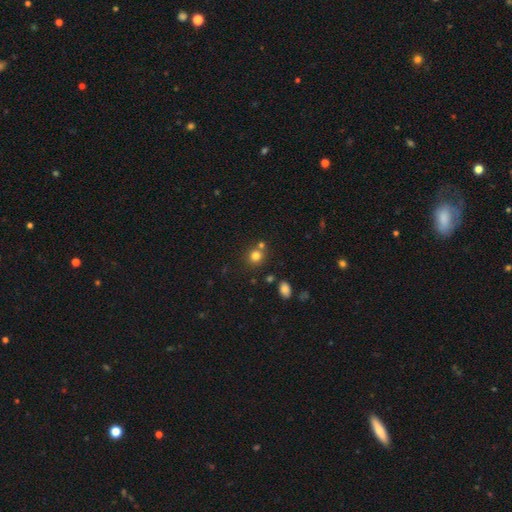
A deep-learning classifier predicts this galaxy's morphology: Smooth or featured?
  - smooth: 79% *
  - star or artifact: 14%
  - featured or disk: 7%
How rounded?
  - round: 85% *
  - in between: 14%
  - cigar-shaped: 1%
Merging?
  - none: 67% *
  - merger: 21%
  - minor disturbance: 8%
  - major disturbance: 3%